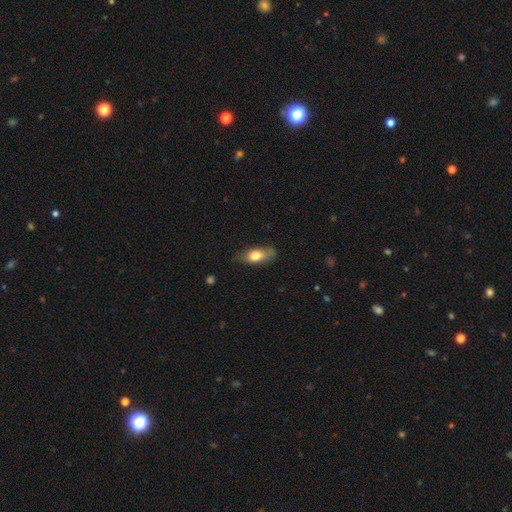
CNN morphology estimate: smooth-or-featured: smooth: 73% | featured or disk: 20% | star or artifact: 7%
  how-rounded: in between: 79% | cigar-shaped: 16% | round: 5%
  merging: none: 69% | minor disturbance: 24% | major disturbance: 5% | merger: 2%